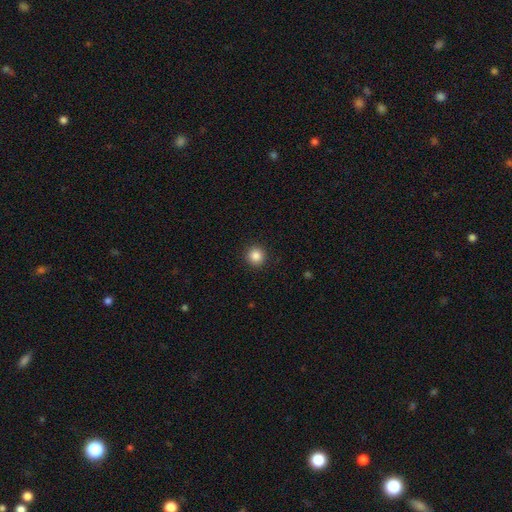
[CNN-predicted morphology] smooth_or_featured: smooth (p=0.86) [alt: star or artifact p=0.11]
how_rounded: round (p=0.95) [alt: in between p=0.04]
merging: none (p=0.93) [alt: minor disturbance p=0.05]